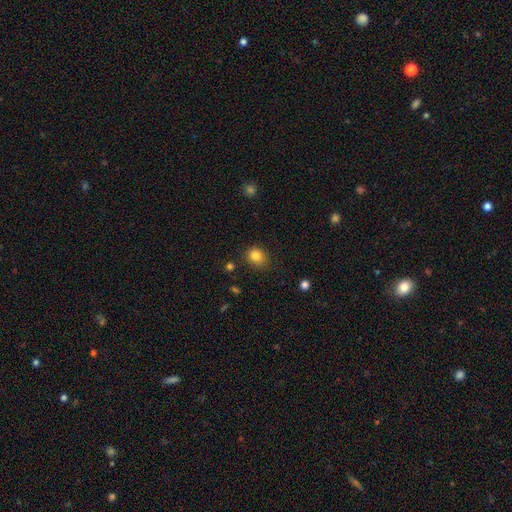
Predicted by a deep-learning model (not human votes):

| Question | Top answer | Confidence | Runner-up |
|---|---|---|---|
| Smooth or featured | smooth | 83% | star or artifact (11%) |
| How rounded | round | 75% | in between (24%) |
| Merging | none | 81% | minor disturbance (14%) |